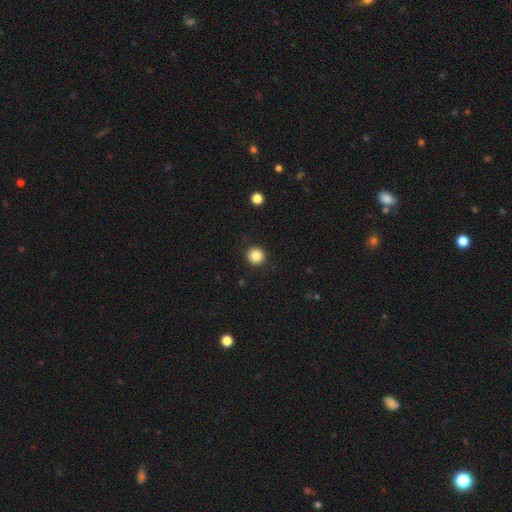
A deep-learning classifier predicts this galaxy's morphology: Overall: smooth (86%). How rounded: round (95%). Merging: none (91%).